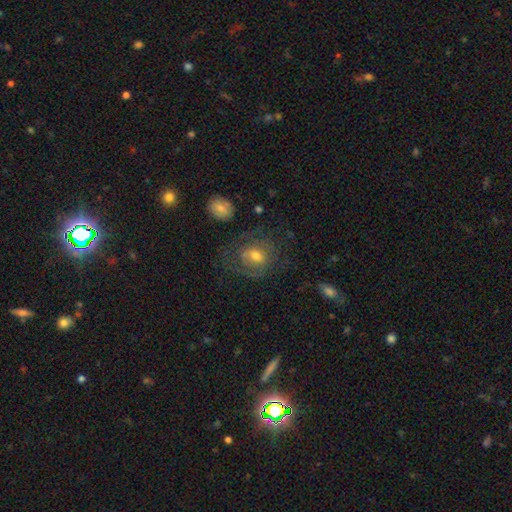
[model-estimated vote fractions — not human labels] A featured or disk galaxy (45%).

Vote fractions:
- Smooth or featured? featured or disk: 45% / smooth: 44% / star or artifact: 11%
- Merging? none: 55% / major disturbance: 23% / minor disturbance: 19% / merger: 3%